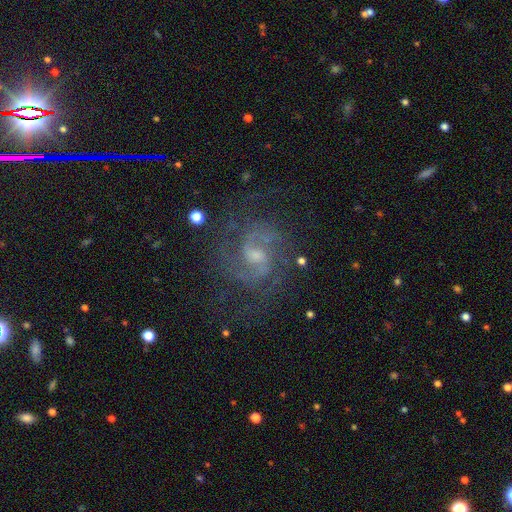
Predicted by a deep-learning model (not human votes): featured or disk 88%, star or artifact 7%, smooth 5%. Down the decision tree: edge-on disk — no (98%); bar — weak (58%); spiral arms — yes (97%); spiral arm count — 2 (75%); spiral winding — medium (56%); bulge size — small (51%); merging — none (72%).